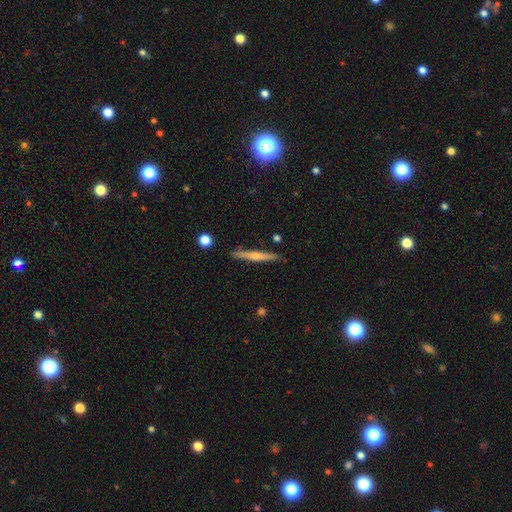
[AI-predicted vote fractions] The model was most divided on "smooth or featured": featured or disk: 68%, smooth: 25%, star or artifact: 7%. More confident: edge-on disk — yes (97%); merging — none (90%); edge-on bulge — rounded (81%).